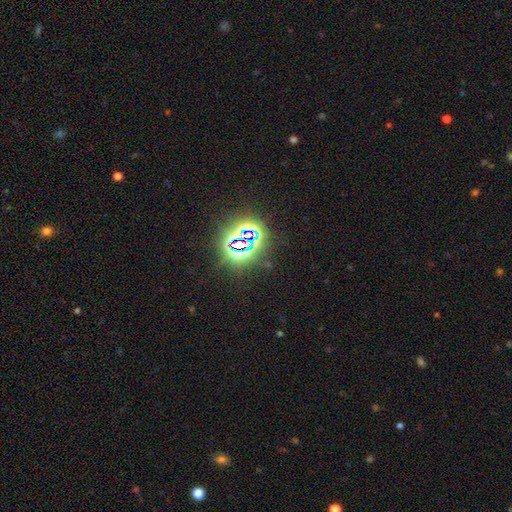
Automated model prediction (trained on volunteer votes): Smooth or featured?
  - star or artifact: 80% *
  - smooth: 12%
  - featured or disk: 8%